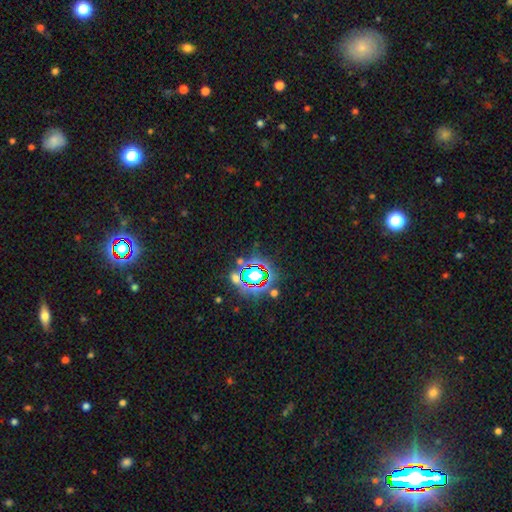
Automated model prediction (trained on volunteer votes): A star or artifact, not a galaxy (79%).